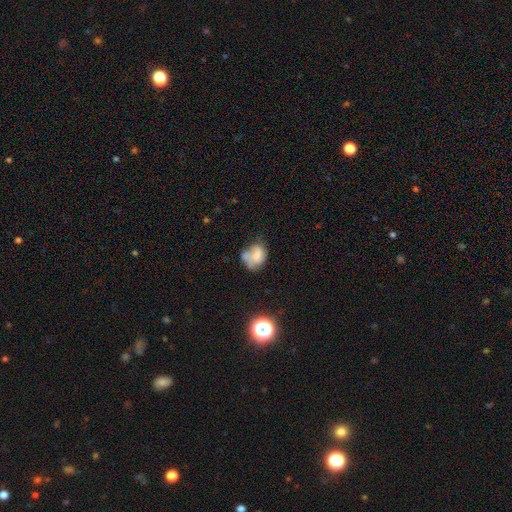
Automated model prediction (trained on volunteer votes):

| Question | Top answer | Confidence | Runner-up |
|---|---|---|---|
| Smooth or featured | smooth | 55% | featured or disk (33%) |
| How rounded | in between | 51% | round (47%) |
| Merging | none | 32% | minor disturbance (28%) |